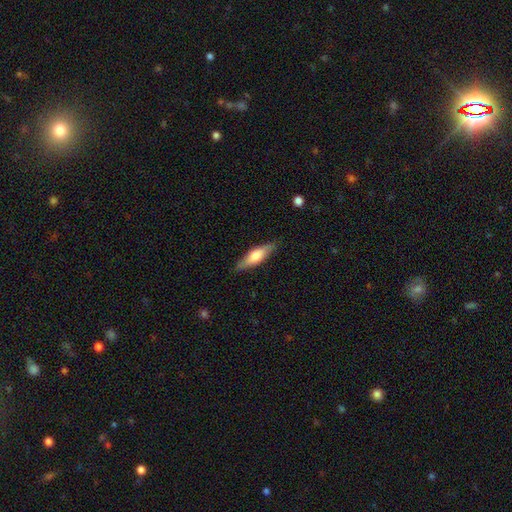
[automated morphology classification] Smooth or featured?
  - smooth: 61% *
  - featured or disk: 34%
  - star or artifact: 5%
How rounded?
  - cigar-shaped: 58% *
  - in between: 40%
  - round: 2%
Merging?
  - none: 85% *
  - minor disturbance: 12%
  - major disturbance: 2%
  - merger: 1%